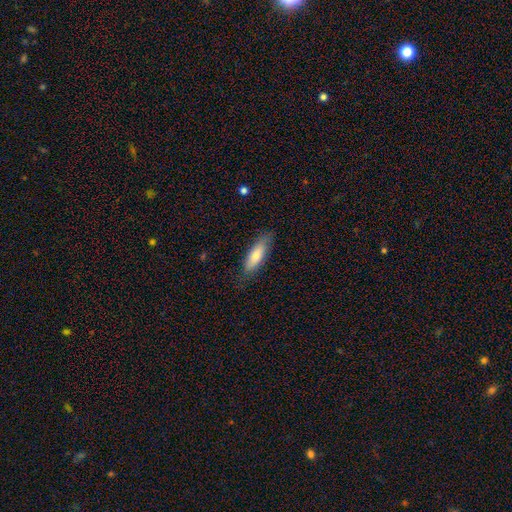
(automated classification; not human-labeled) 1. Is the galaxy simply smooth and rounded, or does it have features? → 73% smooth, 21% featured or disk, 6% star or artifact.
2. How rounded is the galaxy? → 51% cigar-shaped, 48% in between, 2% round.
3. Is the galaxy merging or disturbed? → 79% none, 16% minor disturbance, 3% major disturbance, 1% merger.